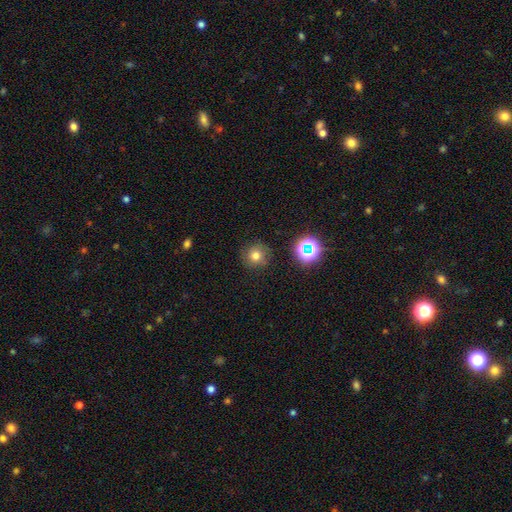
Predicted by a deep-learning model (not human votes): Morphology: type=smooth (72%); roundness=round (92%); merging=none (85%).